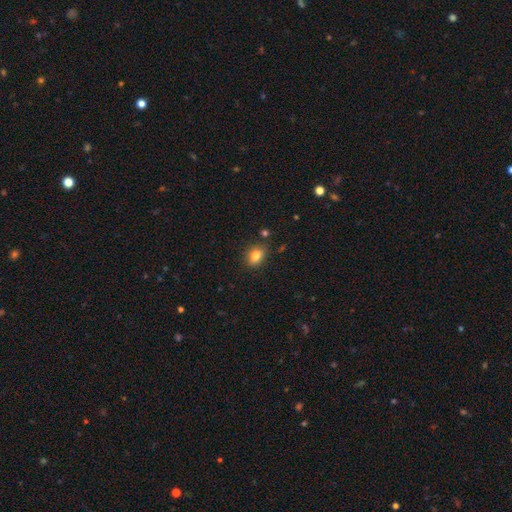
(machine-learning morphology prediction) type=smooth (82%); roundness=in between (72%); merging=none (82%).